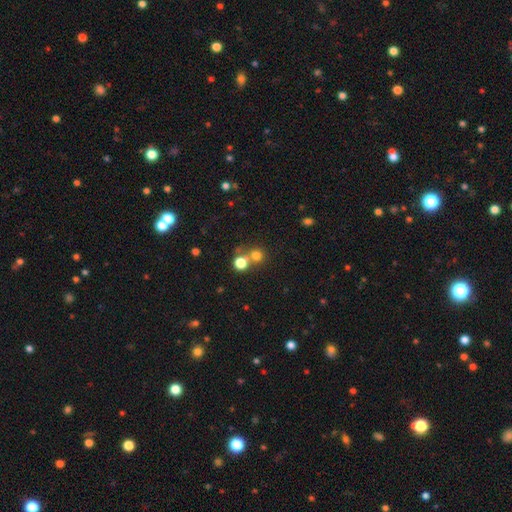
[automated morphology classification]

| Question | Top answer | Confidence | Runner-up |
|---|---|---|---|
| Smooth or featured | smooth | 73% | star or artifact (18%) |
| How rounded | round | 89% | in between (10%) |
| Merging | none | 55% | merger (36%) |